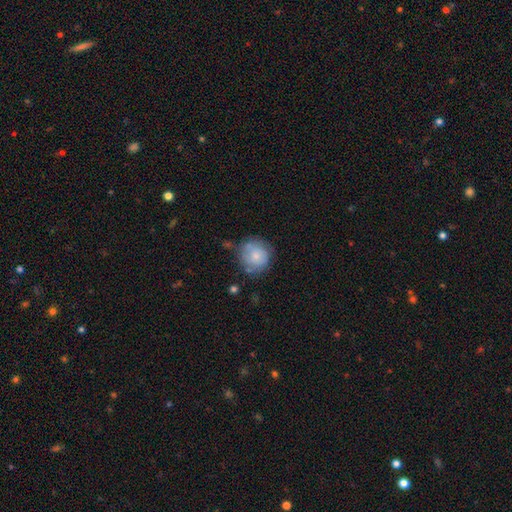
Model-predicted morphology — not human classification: smooth_or_featured: smooth (p=0.70) [alt: featured or disk p=0.22]
how_rounded: round (p=0.88) [alt: in between p=0.11]
merging: none (p=0.60) [alt: minor disturbance p=0.25]